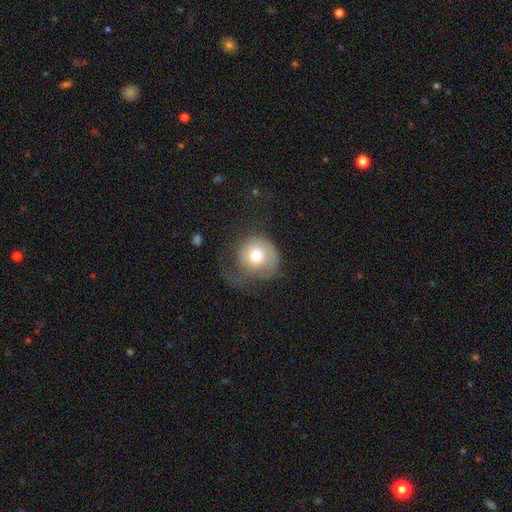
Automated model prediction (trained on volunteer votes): This is likely a smooth galaxy (65%). How rounded: clearly round (86%). Merging: marginally major disturbance (42%).